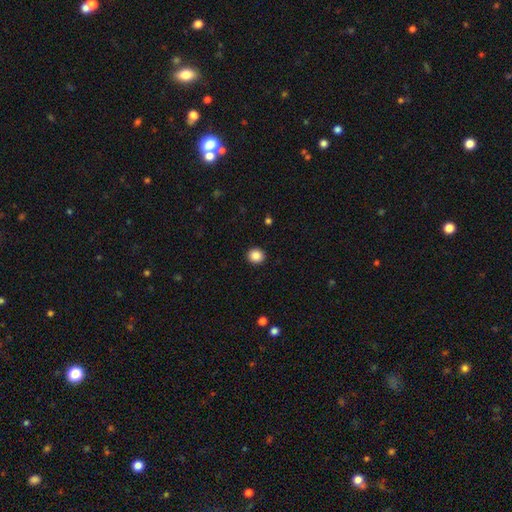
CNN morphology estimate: smooth_or_featured: smooth (p=0.87) [alt: star or artifact p=0.10]
how_rounded: round (p=0.86) [alt: in between p=0.13]
merging: none (p=0.93) [alt: minor disturbance p=0.05]